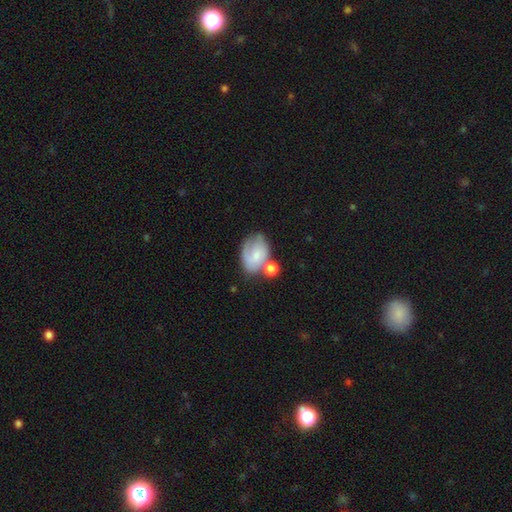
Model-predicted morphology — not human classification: type=smooth (55%); roundness=in between (76%); merging=none (38%).